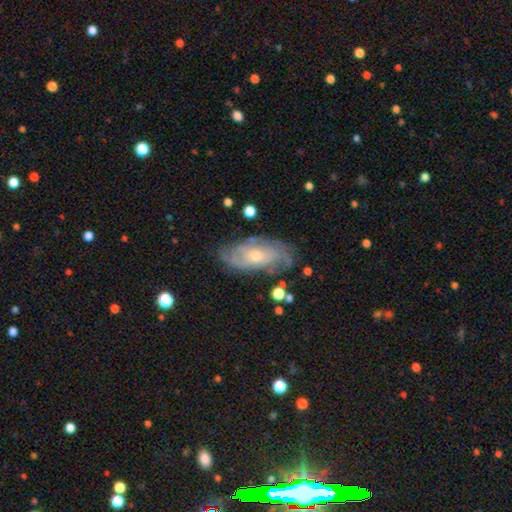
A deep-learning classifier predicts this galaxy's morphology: Smooth or featured: featured or disk — 75% (smooth — 19%)
Edge-on disk: no — 91% (yes — 9%)
Bar: no — 73% (weak — 22%)
Spiral arms: yes — 88% (no — 12%)
Spiral winding: tight — 59% (medium — 30%)
Spiral arm count: can't tell — 45% (2 — 30%)
Bulge size: small — 54% (moderate — 41%)
Merging: none — 72% (minor disturbance — 19%)